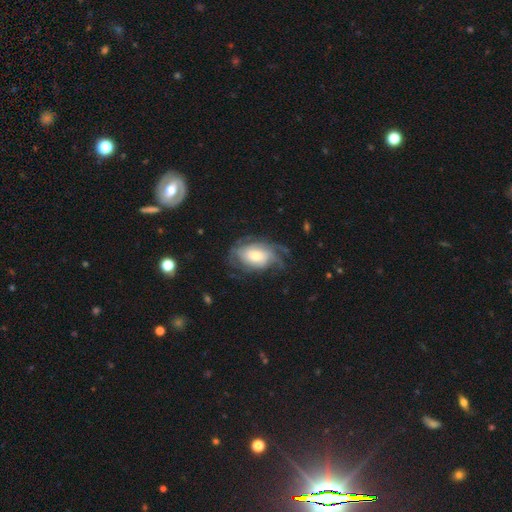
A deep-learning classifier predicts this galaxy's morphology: A featured or disk galaxy (75%) with no bar (69%), tight (48%) spiral arms (90%) and a moderate central bulge (52%).

Vote fractions:
- Smooth or featured? featured or disk: 75% / smooth: 18% / star or artifact: 7%
- Edge-on disk? no: 96% / yes: 4%
- Bar? no: 69% / weak: 25% / strong: 6%
- Spiral arms? yes: 90% / no: 10%
- Spiral winding? tight: 48% / medium: 34% / loose: 18%
- Spiral arm count? can't tell: 43% / 3: 16% / 4: 15% / 2: 13% / more than 4: 7% / 1: 6%
- Bulge size? moderate: 52% / small: 26% / large: 18% / dominant: 2% / none: 2%
- Merging? none: 61% / minor disturbance: 21% / major disturbance: 17% / merger: 1%